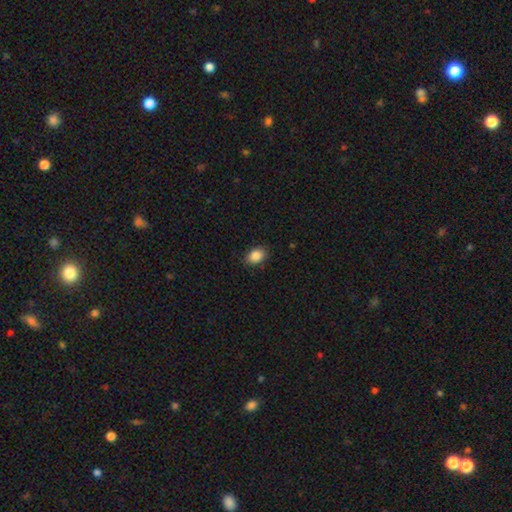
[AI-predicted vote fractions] This is clearly a smooth galaxy (88%). How rounded: likely in between (75%). Merging: clearly none (87%).